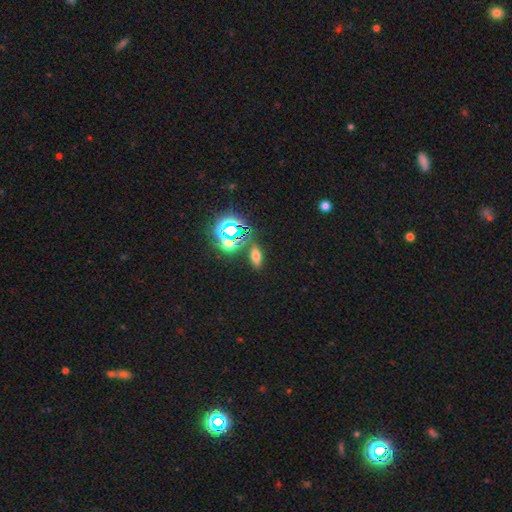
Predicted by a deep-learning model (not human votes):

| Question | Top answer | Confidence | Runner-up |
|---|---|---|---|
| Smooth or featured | smooth | 54% | star or artifact (33%) |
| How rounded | in between | 73% | cigar-shaped (15%) |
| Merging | none | 80% | minor disturbance (10%) |